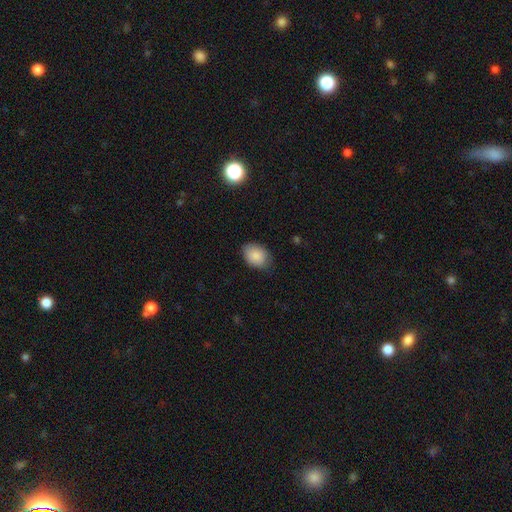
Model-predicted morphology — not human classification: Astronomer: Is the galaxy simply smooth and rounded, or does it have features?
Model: smooth — 87%.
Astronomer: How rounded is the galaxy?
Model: in between — 74%.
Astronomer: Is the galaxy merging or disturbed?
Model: none — 75%.